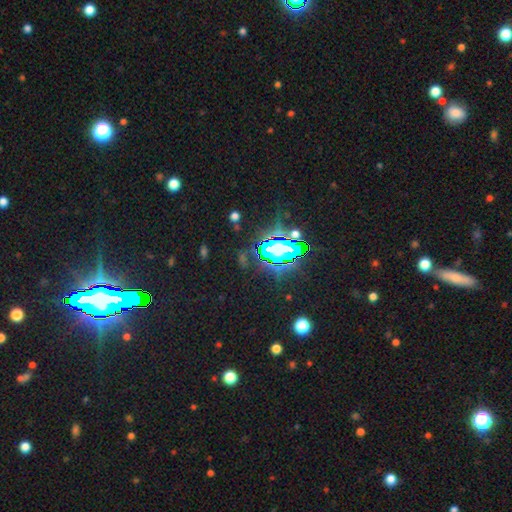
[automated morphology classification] Smooth or featured?
  - star or artifact: 83% *
  - smooth: 9%
  - featured or disk: 8%